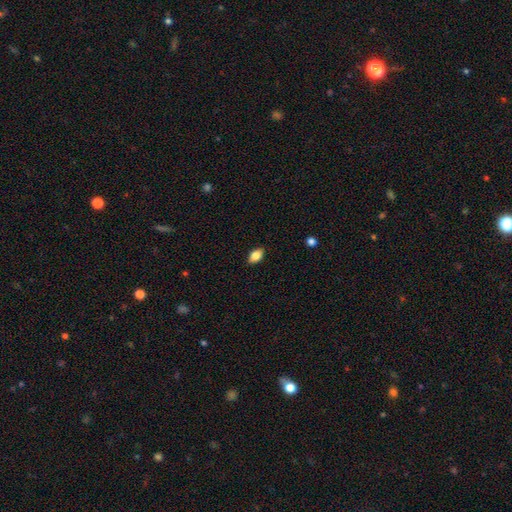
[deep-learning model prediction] Q: Smooth or featured?
A: smooth (82%); runner-up: featured or disk (10%)
Q: How rounded?
A: in between (88%); runner-up: round (8%)
Q: Merging?
A: none (87%); runner-up: minor disturbance (10%)